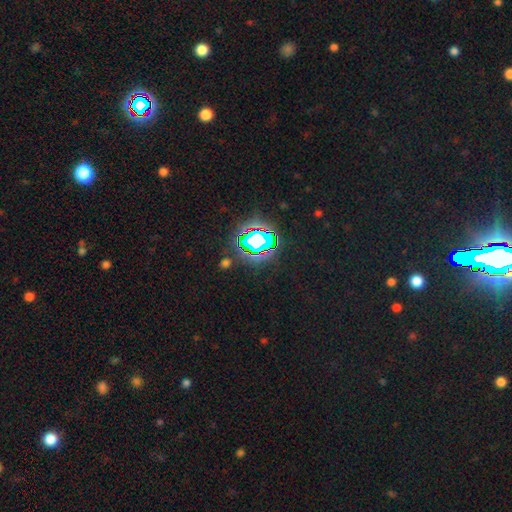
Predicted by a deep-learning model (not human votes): Smooth or featured? Predicted: star or artifact (p=0.80).